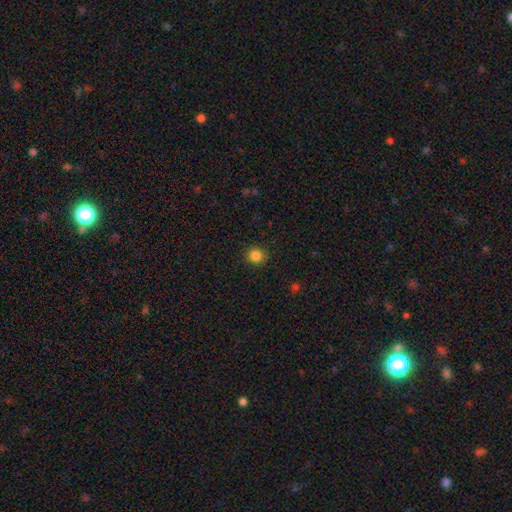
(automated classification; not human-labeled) Smooth or featured: smooth — 84% (star or artifact — 11%)
How rounded: round — 91% (in between — 8%)
Merging: none — 91% (minor disturbance — 6%)